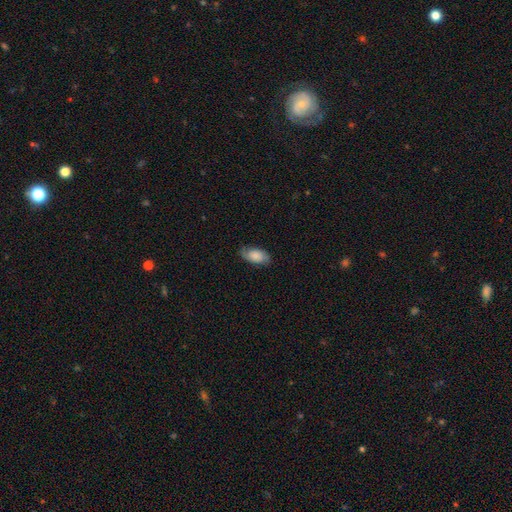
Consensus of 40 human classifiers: Smooth or featured? 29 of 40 (72%) said smooth. How rounded? 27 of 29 (93%) said in between. Merging? 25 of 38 (66%) said none.